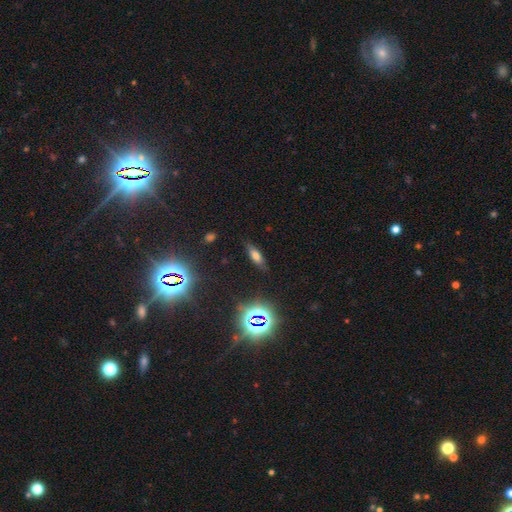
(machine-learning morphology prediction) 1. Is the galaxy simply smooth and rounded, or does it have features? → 58% smooth, 22% star or artifact, 21% featured or disk.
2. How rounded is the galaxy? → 56% in between, 39% cigar-shaped, 5% round.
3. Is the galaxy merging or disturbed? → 82% none, 12% minor disturbance, 4% major disturbance, 2% merger.